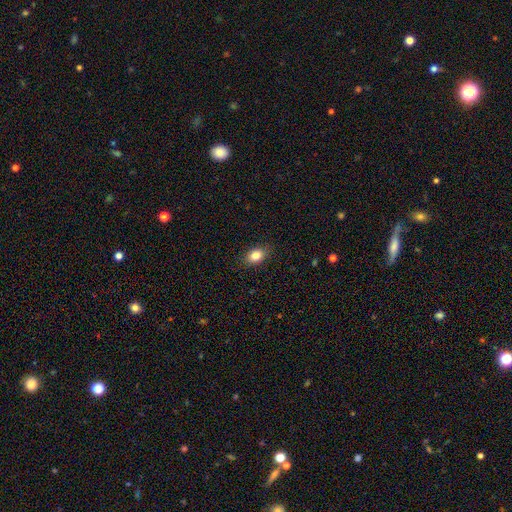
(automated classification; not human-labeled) A smooth galaxy with no disk features (84%) that is in between round and cigar-shaped (76%).

Vote fractions:
- Smooth or featured? smooth: 84% / star or artifact: 9% / featured or disk: 7%
- How rounded? in between: 76% / round: 22% / cigar-shaped: 2%
- Merging? none: 88% / minor disturbance: 9% / major disturbance: 2% / merger: 1%